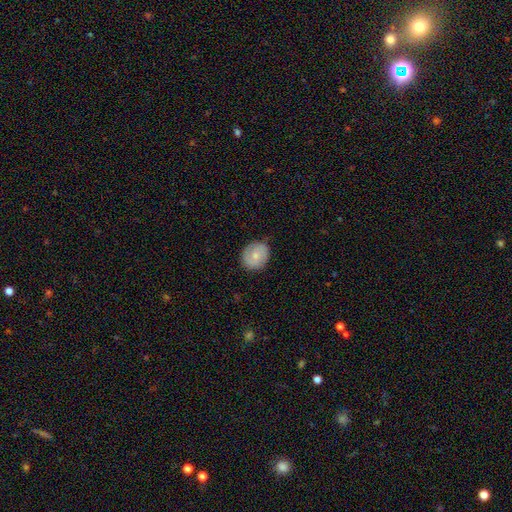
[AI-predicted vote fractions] Overall: smooth (62%; featured or disk 31%). How rounded: round (75%). Merging: none (80%).